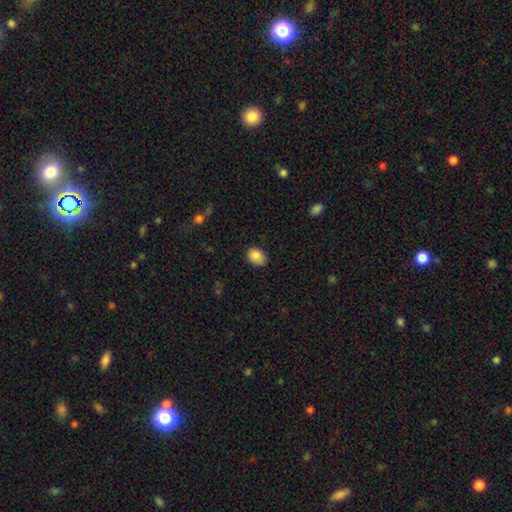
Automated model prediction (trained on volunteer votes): Smooth or featured: smooth — 88% (star or artifact — 8%)
How rounded: in between — 70% (round — 30%)
Merging: none — 81% (minor disturbance — 15%)